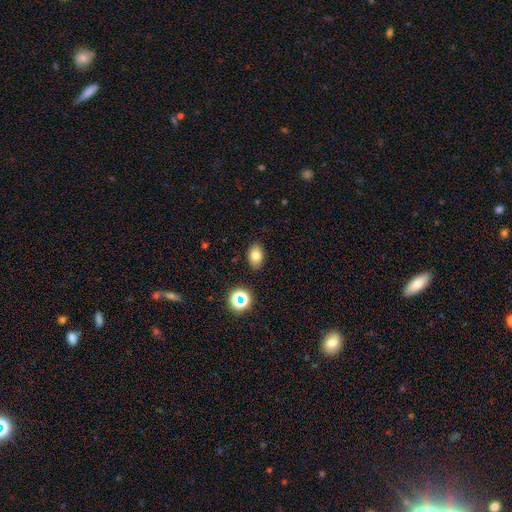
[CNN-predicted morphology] Smooth or featured? Predicted: smooth (p=0.76). How rounded? Predicted: in between (p=0.79). Merging? Predicted: none (p=0.87).